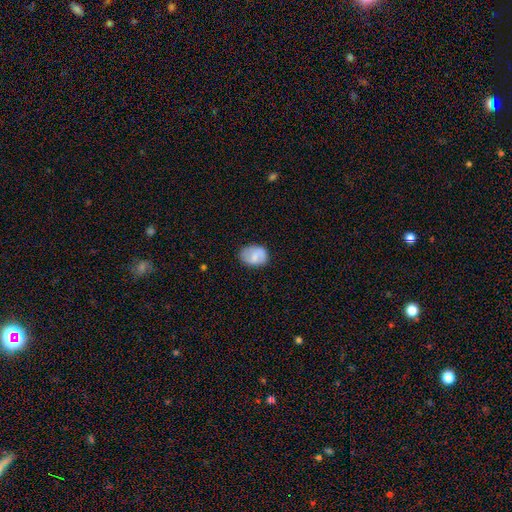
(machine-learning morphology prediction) Smooth or featured? smooth (68%)
How rounded? in between (68%)
Merging? none (74%)